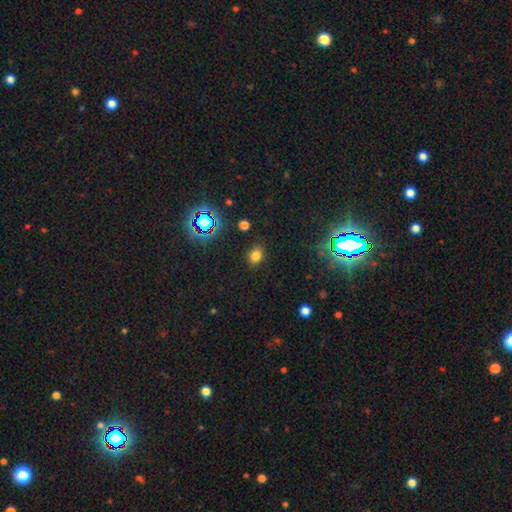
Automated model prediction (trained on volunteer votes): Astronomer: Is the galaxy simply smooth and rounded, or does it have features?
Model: smooth — 74%.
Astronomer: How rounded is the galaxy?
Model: in between — 50% (runner-up: round, 49%).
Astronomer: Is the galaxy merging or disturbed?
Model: none — 84%.